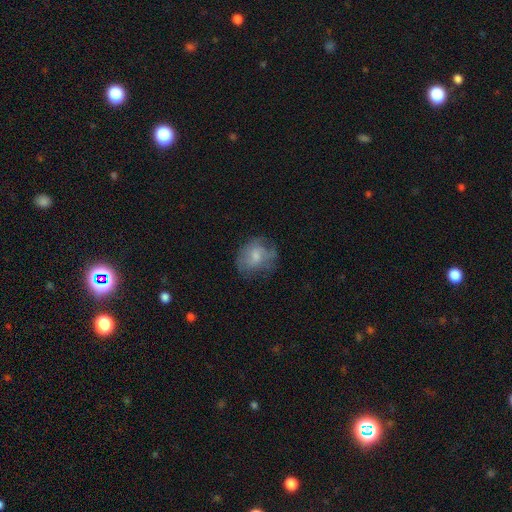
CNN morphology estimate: Smooth or featured? Predicted: smooth (p=0.59). How rounded? Predicted: round (p=0.55). Merging? Predicted: none (p=0.55).